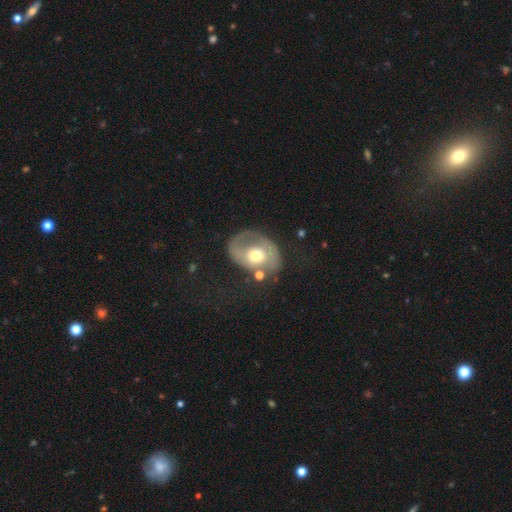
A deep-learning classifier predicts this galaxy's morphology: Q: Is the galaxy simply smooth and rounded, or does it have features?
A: featured or disk — 53%.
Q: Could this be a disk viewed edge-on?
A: no — 95%.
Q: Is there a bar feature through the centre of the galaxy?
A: no — 79%.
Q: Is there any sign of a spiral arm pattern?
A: no — 51%.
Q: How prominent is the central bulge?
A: moderate — 70%.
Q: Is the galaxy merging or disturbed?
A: none — 36%.